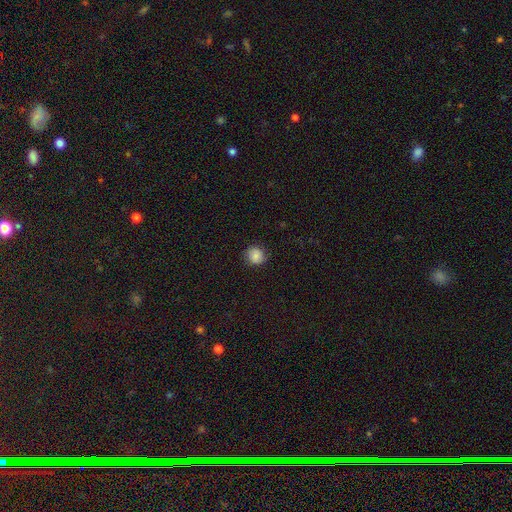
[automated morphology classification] Overall: smooth (78%). How rounded: round (85%). Merging: none (81%).